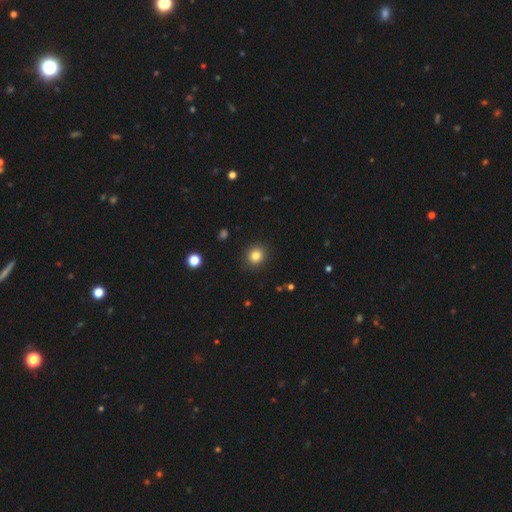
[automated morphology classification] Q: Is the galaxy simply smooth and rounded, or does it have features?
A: smooth — 83%.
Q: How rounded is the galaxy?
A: round — 85%.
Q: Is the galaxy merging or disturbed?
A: none — 91%.